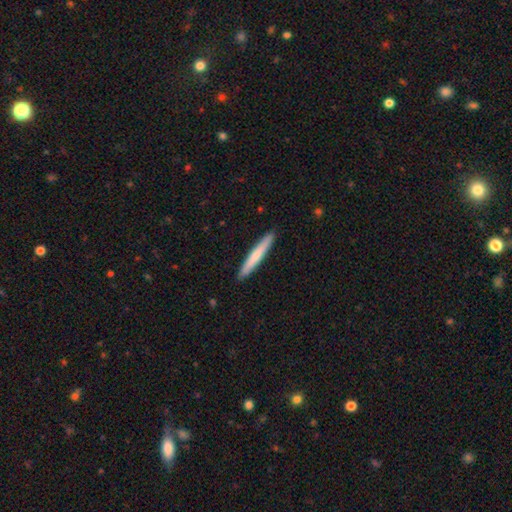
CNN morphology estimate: The model was most divided on "smooth or featured": smooth: 70%, featured or disk: 25%, star or artifact: 5%. More confident: how rounded — cigar-shaped (96%); merging — none (92%).